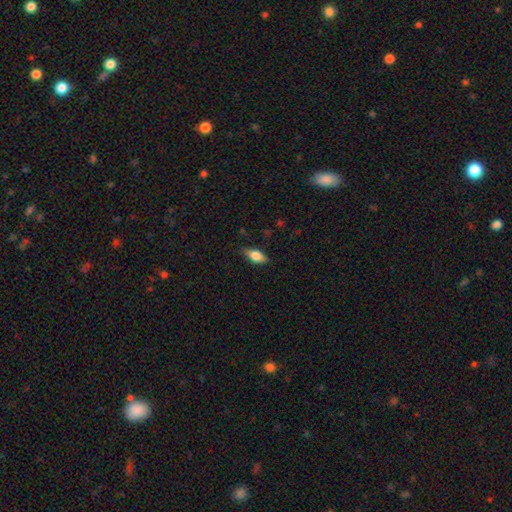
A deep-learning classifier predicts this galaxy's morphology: Smooth or featured? smooth (73%)
How rounded? in between (83%)
Merging? none (81%)